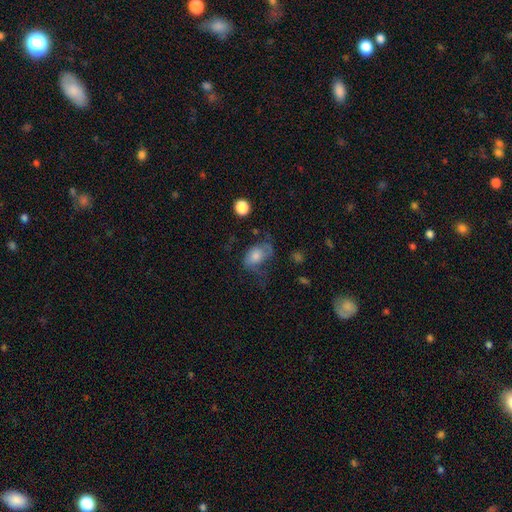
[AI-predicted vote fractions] Smooth or featured: smooth — 59% (featured or disk — 30%)
How rounded: in between — 81% (round — 17%)
Merging: none — 38% (major disturbance — 32%)